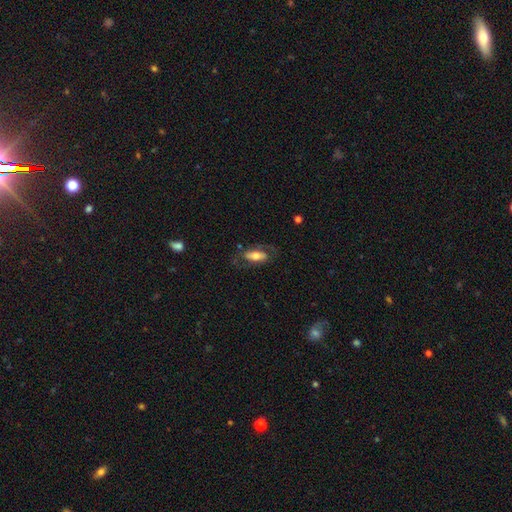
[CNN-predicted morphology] Smooth or featured? smooth (53%)
How rounded? in between (83%)
Merging? none (65%)